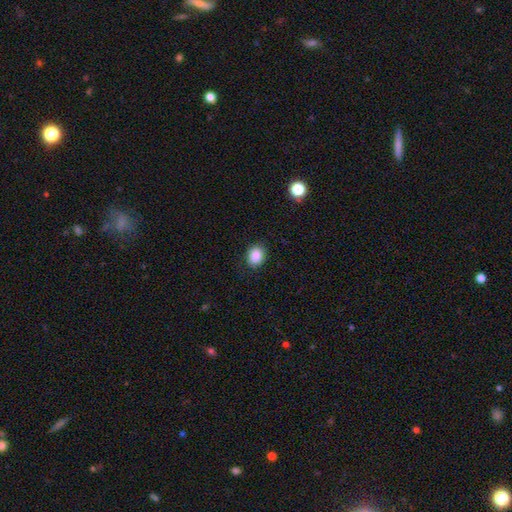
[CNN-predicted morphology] Smooth or featured?
  - smooth: 88% *
  - star or artifact: 8%
  - featured or disk: 3%
How rounded?
  - in between: 57% *
  - round: 42%
  - cigar-shaped: 1%
Merging?
  - none: 87% *
  - minor disturbance: 10%
  - major disturbance: 3%
  - merger: 1%